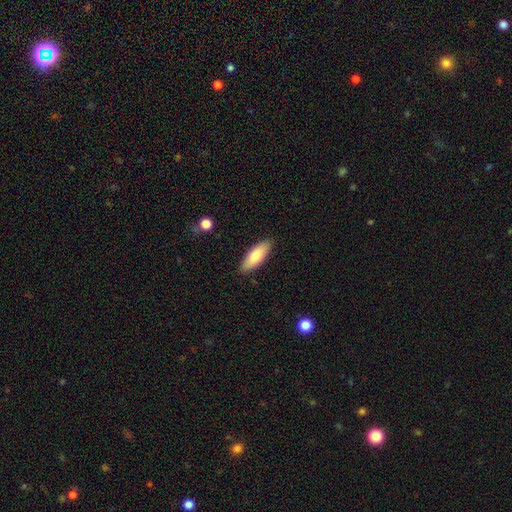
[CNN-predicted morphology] The model was most divided on "how rounded": in between: 65%, cigar-shaped: 33%, round: 2%. More confident: merging — none (88%); smooth or featured — smooth (75%).